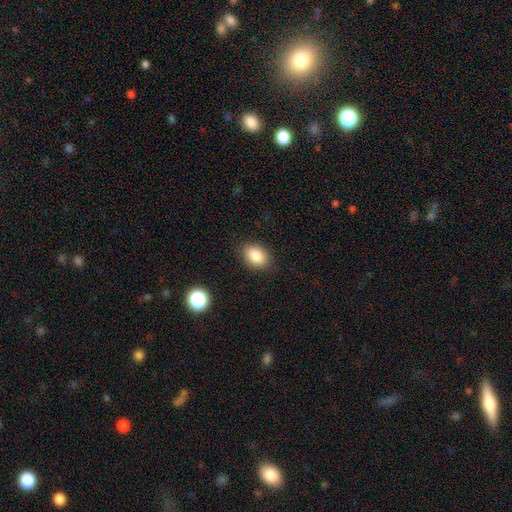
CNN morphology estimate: Smooth or featured?
  - smooth: 86% *
  - star or artifact: 9%
  - featured or disk: 5%
How rounded?
  - in between: 83% *
  - round: 16%
  - cigar-shaped: 1%
Merging?
  - none: 87% *
  - minor disturbance: 9%
  - major disturbance: 3%
  - merger: 1%